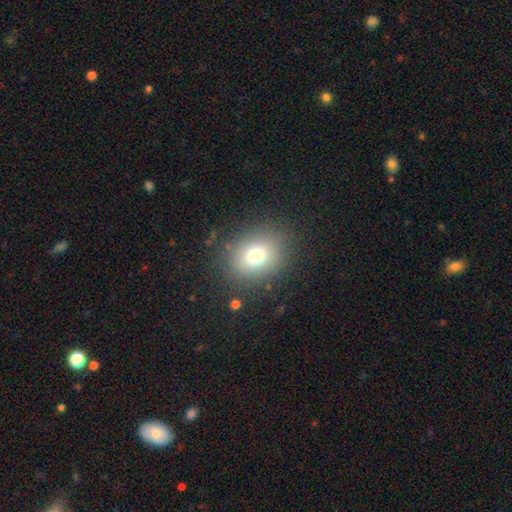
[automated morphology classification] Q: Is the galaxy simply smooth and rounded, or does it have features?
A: smooth — 73%.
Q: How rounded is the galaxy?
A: round — 58%.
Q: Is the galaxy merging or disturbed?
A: none — 83%.